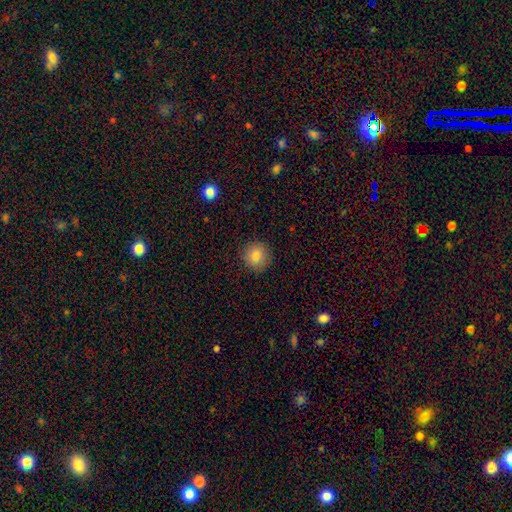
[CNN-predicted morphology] smooth_or_featured: smooth (p=0.83) [alt: star or artifact p=0.10]
how_rounded: round (p=0.93) [alt: in between p=0.06]
merging: none (p=0.90) [alt: minor disturbance p=0.07]